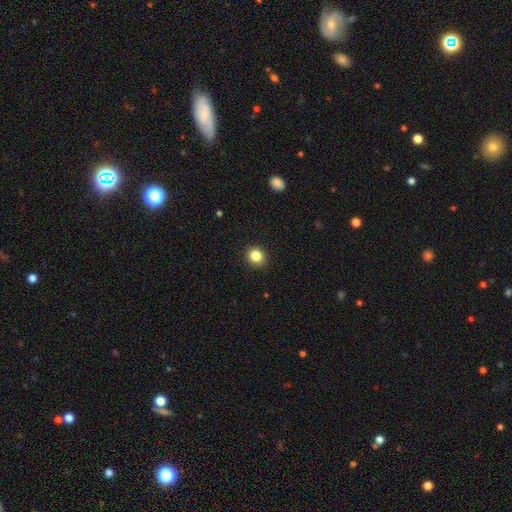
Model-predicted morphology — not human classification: Q: Smooth or featured?
A: smooth (85%); runner-up: star or artifact (11%)
Q: How rounded?
A: round (88%); runner-up: in between (11%)
Q: Merging?
A: none (92%); runner-up: minor disturbance (6%)